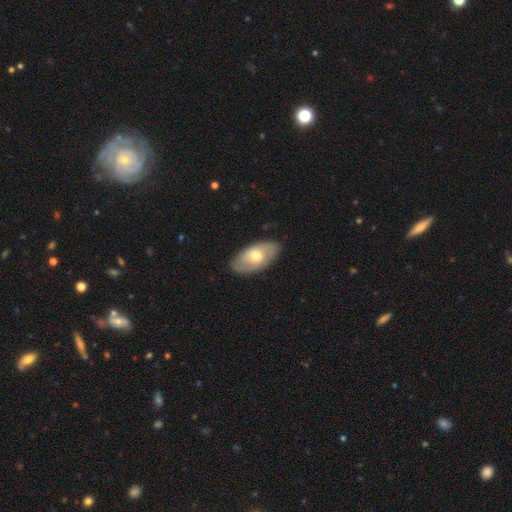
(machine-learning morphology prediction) Smooth or featured?
  - smooth: 53% *
  - featured or disk: 42%
  - star or artifact: 5%
How rounded?
  - in between: 93% *
  - round: 4%
  - cigar-shaped: 3%
Merging?
  - none: 83% *
  - minor disturbance: 13%
  - major disturbance: 3%
  - merger: 1%